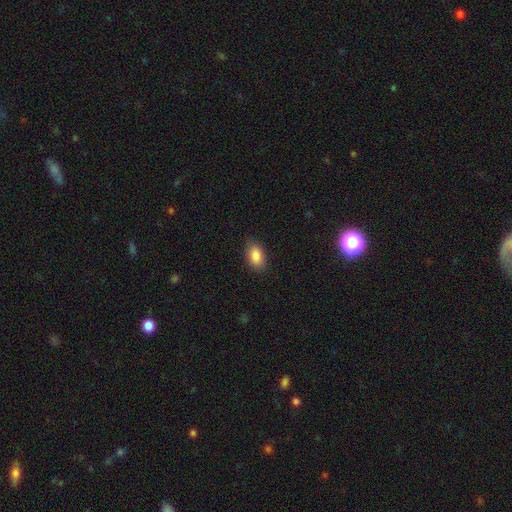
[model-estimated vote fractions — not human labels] Smooth or featured?
  - smooth: 87% *
  - star or artifact: 7%
  - featured or disk: 6%
How rounded?
  - in between: 91% *
  - round: 7%
  - cigar-shaped: 2%
Merging?
  - none: 84% *
  - minor disturbance: 12%
  - major disturbance: 3%
  - merger: 1%